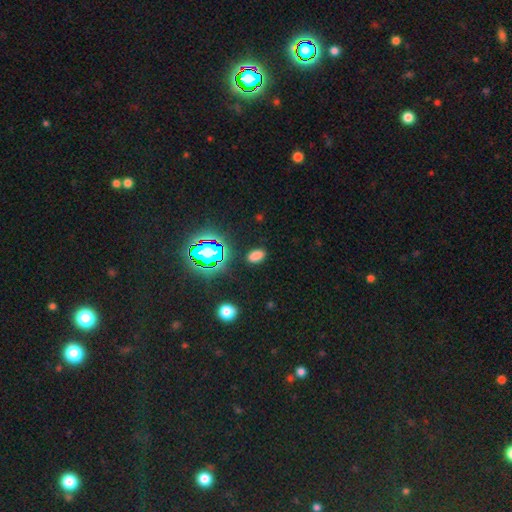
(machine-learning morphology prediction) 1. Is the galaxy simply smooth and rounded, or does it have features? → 70% smooth, 24% star or artifact, 6% featured or disk.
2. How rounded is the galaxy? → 89% in between, 8% round, 3% cigar-shaped.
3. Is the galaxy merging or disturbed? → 86% none, 10% minor disturbance, 3% major disturbance, 2% merger.